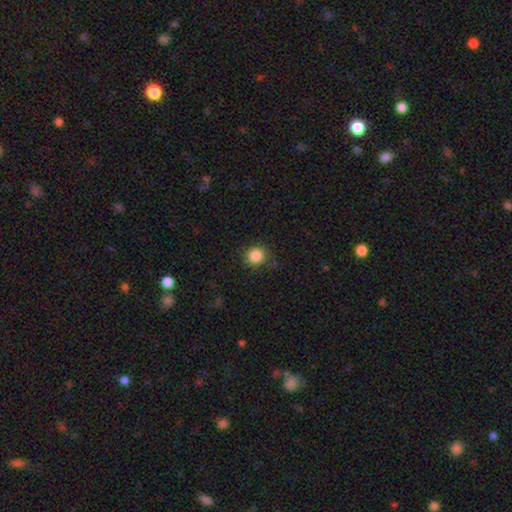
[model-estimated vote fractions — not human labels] Smooth or featured?
  - smooth: 86% *
  - star or artifact: 11%
  - featured or disk: 4%
How rounded?
  - round: 88% *
  - in between: 11%
  - cigar-shaped: 1%
Merging?
  - none: 79% *
  - minor disturbance: 15%
  - major disturbance: 4%
  - merger: 1%